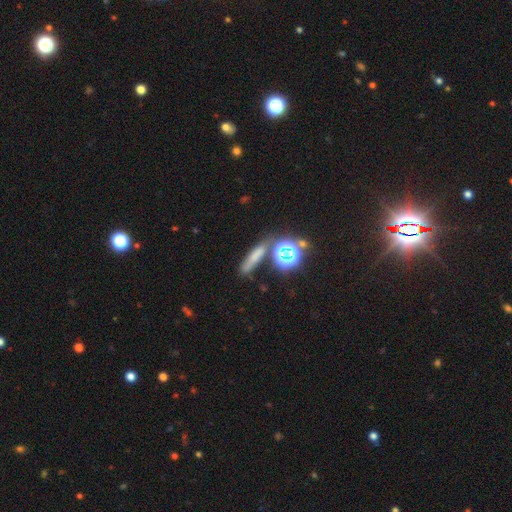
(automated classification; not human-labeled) smooth-or-featured: smooth: 57% | star or artifact: 28% | featured or disk: 15%
  how-rounded: cigar-shaped: 64% | in between: 18% | round: 18%
  merging: none: 67% | minor disturbance: 14% | merger: 13% | major disturbance: 6%